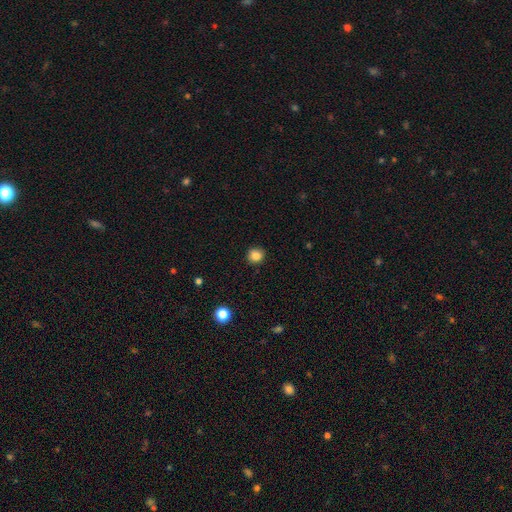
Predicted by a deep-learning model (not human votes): Smooth or featured?
  - smooth: 85% *
  - star or artifact: 11%
  - featured or disk: 4%
How rounded?
  - round: 91% *
  - in between: 8%
  - cigar-shaped: 1%
Merging?
  - none: 92% *
  - minor disturbance: 6%
  - major disturbance: 2%
  - merger: 1%